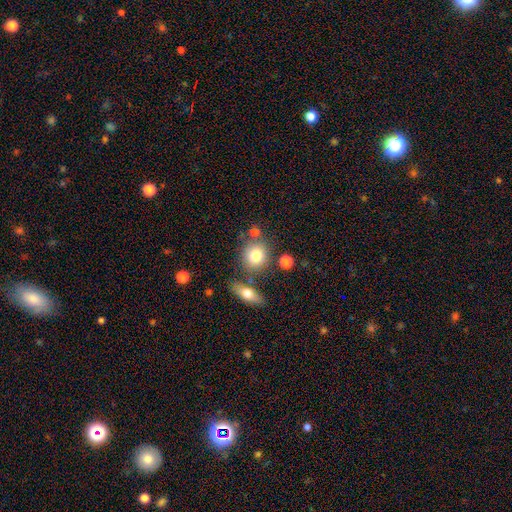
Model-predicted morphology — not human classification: Smooth or featured?
  - smooth: 78% *
  - featured or disk: 12%
  - star or artifact: 9%
How rounded?
  - round: 76% *
  - in between: 23%
  - cigar-shaped: 2%
Merging?
  - none: 70% *
  - merger: 14%
  - minor disturbance: 12%
  - major disturbance: 4%